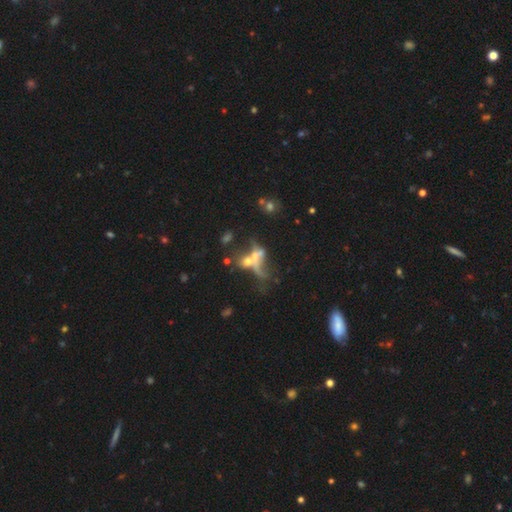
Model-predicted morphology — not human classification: smooth_or_featured: featured or disk (p=0.44) [alt: smooth p=0.37]
merging: merger (p=0.54) [alt: major disturbance p=0.22]